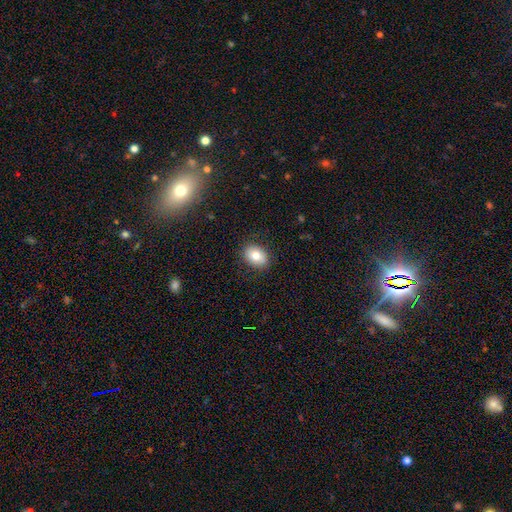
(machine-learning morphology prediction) Smooth or featured?
  - smooth: 80% *
  - featured or disk: 12%
  - star or artifact: 9%
How rounded?
  - in between: 73% *
  - round: 26%
  - cigar-shaped: 1%
Merging?
  - none: 86% *
  - minor disturbance: 10%
  - major disturbance: 3%
  - merger: 1%